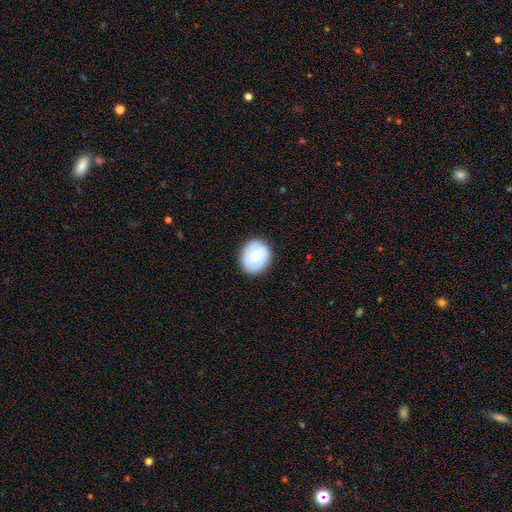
smooth-or-featured: smooth: 69% | featured or disk: 31% | star or artifact: 0%
  how-rounded: round: 72% | in between: 28% | cigar-shaped: 0%
  merging: none: 69% | minor disturbance: 17% | major disturbance: 8% | merger: 6%